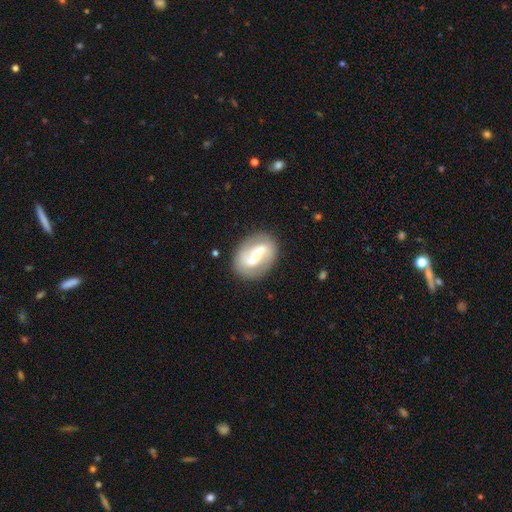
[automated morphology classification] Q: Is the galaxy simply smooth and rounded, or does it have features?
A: featured or disk — 70%.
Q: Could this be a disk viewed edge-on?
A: no — 97%.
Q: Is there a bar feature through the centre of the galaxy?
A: weak — 40%.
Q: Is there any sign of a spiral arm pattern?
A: yes — 85%.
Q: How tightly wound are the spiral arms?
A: medium — 42%.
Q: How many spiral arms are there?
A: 2 — 85%.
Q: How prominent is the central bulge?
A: small — 46%.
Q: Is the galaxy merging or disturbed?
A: none — 78%.